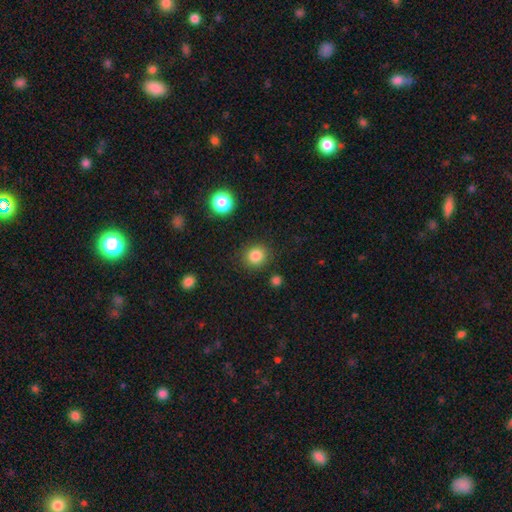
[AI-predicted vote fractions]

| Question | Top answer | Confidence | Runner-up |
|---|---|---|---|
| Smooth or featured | smooth | 84% | star or artifact (11%) |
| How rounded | round | 82% | in between (17%) |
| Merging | none | 86% | minor disturbance (8%) |